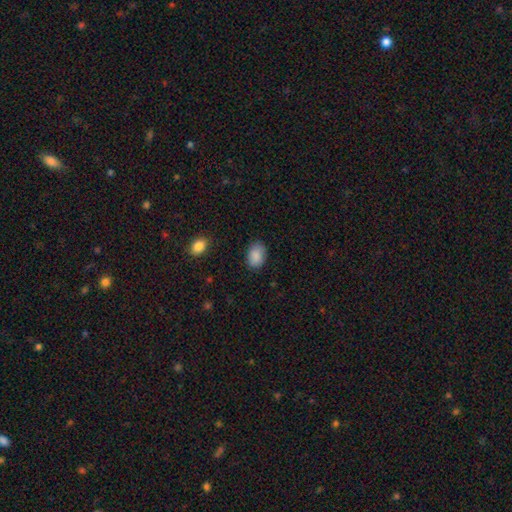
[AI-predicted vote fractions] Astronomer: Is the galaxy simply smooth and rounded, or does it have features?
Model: smooth — 88%.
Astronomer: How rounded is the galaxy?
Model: in between — 81%.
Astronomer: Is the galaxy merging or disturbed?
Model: none — 79%.